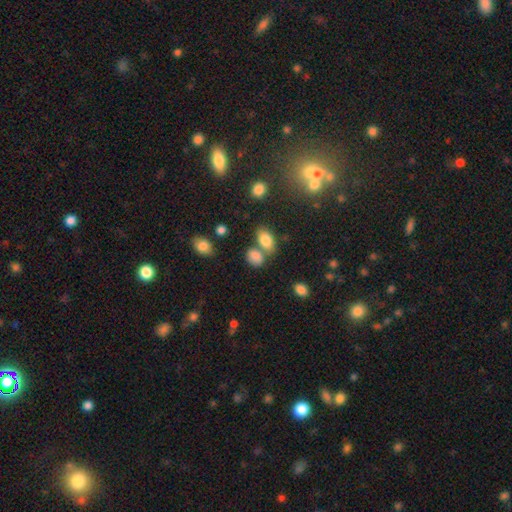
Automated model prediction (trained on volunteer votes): A smooth galaxy with no disk features (82%) that is in between round and cigar-shaped (74%). Merging: none (48%).